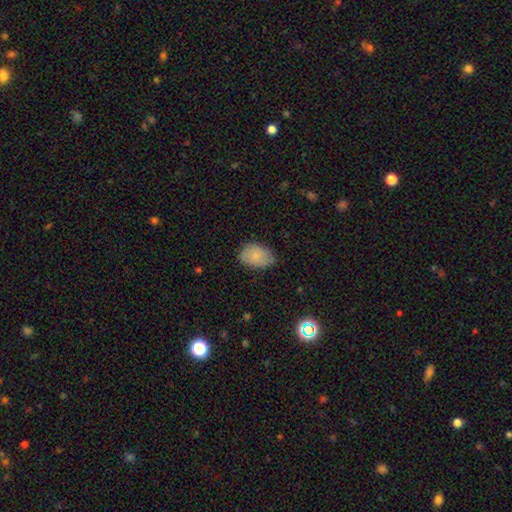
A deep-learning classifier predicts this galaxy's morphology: smooth 82%, featured or disk 10%, star or artifact 8%. Down the decision tree: how rounded — in between (84%); merging — none (66%).